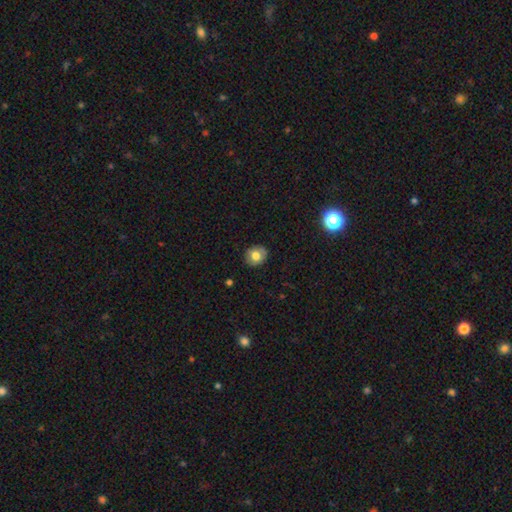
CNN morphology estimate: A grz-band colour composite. It shows a smooth galaxy with no disk features (74%) that is round (78%). Merging: none (86%).